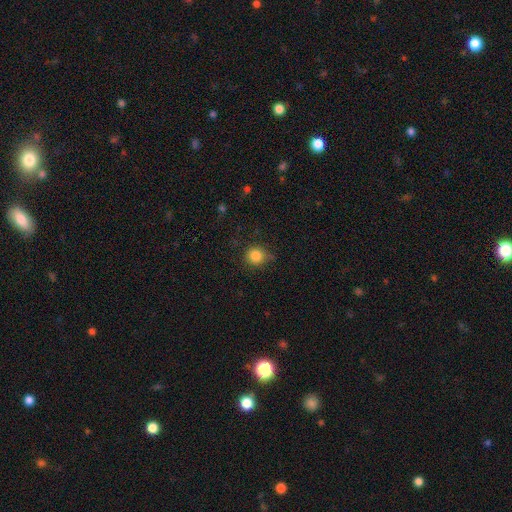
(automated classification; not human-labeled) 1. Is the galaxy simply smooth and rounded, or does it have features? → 84% smooth, 11% star or artifact, 5% featured or disk.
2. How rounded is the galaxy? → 90% round, 9% in between, 1% cigar-shaped.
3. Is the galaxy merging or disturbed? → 79% none, 15% minor disturbance, 4% major disturbance, 2% merger.